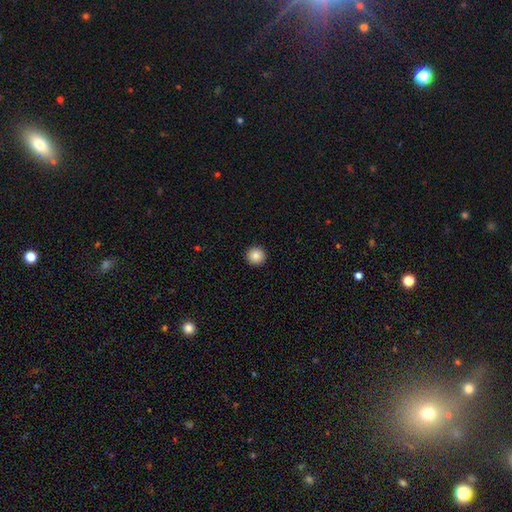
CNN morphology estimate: smooth_or_featured: smooth (p=0.87) [alt: star or artifact p=0.09]
how_rounded: round (p=0.96) [alt: in between p=0.03]
merging: none (p=0.93) [alt: minor disturbance p=0.04]